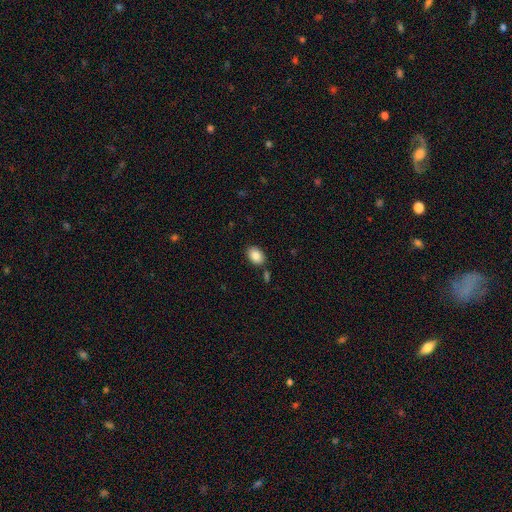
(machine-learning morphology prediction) smooth-or-featured: smooth: 87% | star or artifact: 8% | featured or disk: 5%
  how-rounded: in between: 81% | round: 18% | cigar-shaped: 1%
  merging: none: 80% | minor disturbance: 11% | merger: 6% | major disturbance: 3%